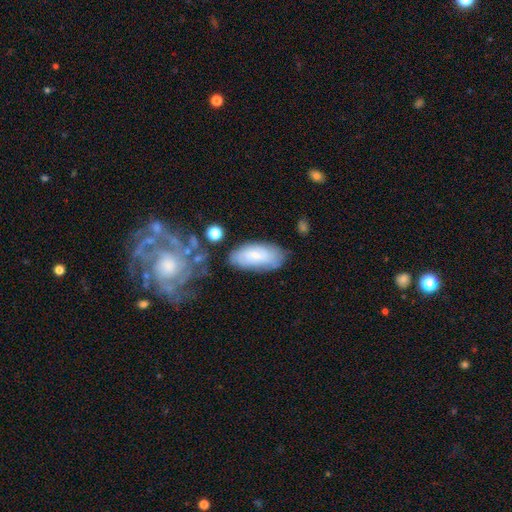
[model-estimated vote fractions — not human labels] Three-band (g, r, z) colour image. It shows a smooth galaxy with no disk features (58%) that is in between round and cigar-shaped (87%). Merging: none (70%).